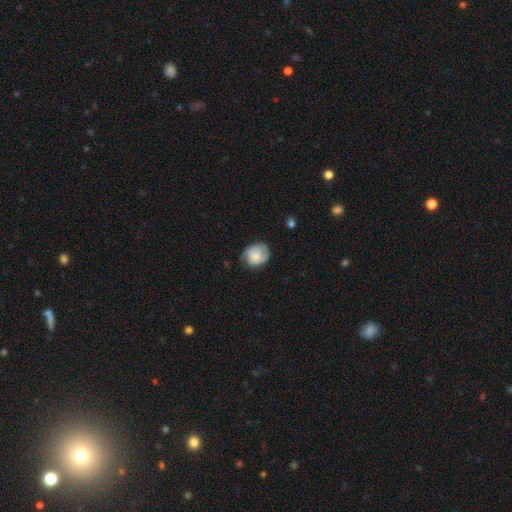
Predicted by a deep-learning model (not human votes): smooth_or_featured: smooth (p=0.57) [alt: featured or disk p=0.35]
how_rounded: round (p=0.70) [alt: in between p=0.30]
merging: none (p=0.62) [alt: minor disturbance p=0.28]